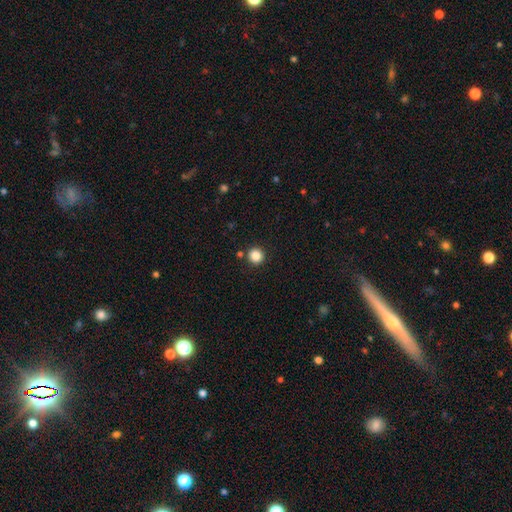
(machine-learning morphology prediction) smooth-or-featured: smooth: 85% | star or artifact: 11% | featured or disk: 4%
  how-rounded: round: 94% | in between: 5% | cigar-shaped: 1%
  merging: none: 89% | minor disturbance: 5% | merger: 3% | major disturbance: 2%